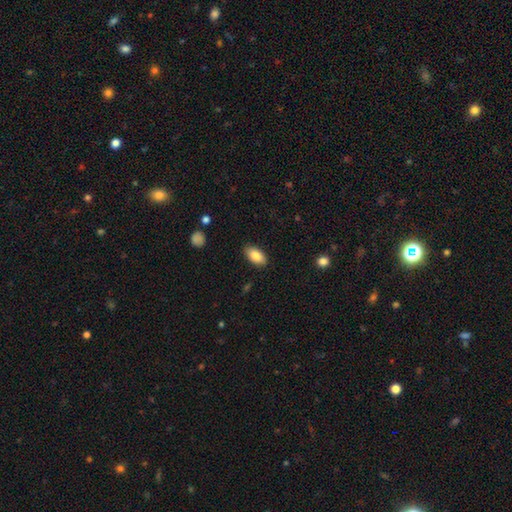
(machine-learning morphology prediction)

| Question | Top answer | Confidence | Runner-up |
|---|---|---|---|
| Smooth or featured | smooth | 85% | featured or disk (8%) |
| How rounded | in between | 94% | round (3%) |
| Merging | none | 88% | minor disturbance (9%) |